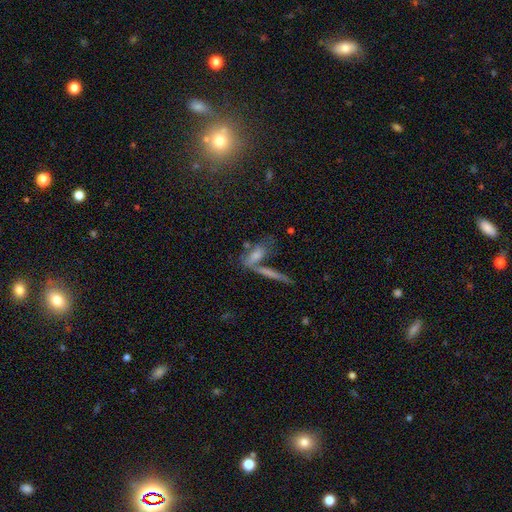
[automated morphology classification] Overall: smooth (46%; featured or disk 36%). Merging: none (43%; merger 36%).